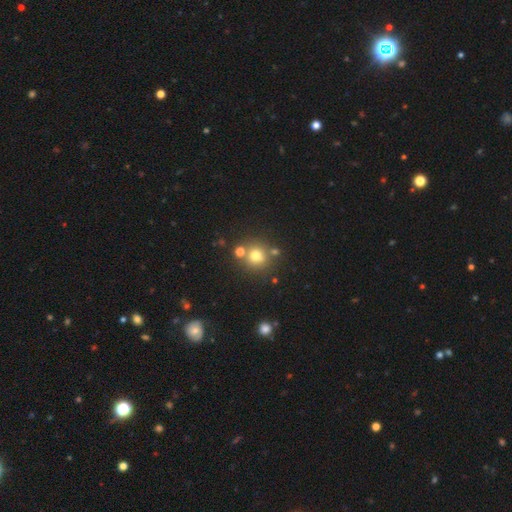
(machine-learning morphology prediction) smooth-or-featured: smooth: 72% | star or artifact: 17% | featured or disk: 11%
  how-rounded: round: 90% | in between: 9% | cigar-shaped: 1%
  merging: none: 72% | merger: 16% | minor disturbance: 9% | major disturbance: 3%